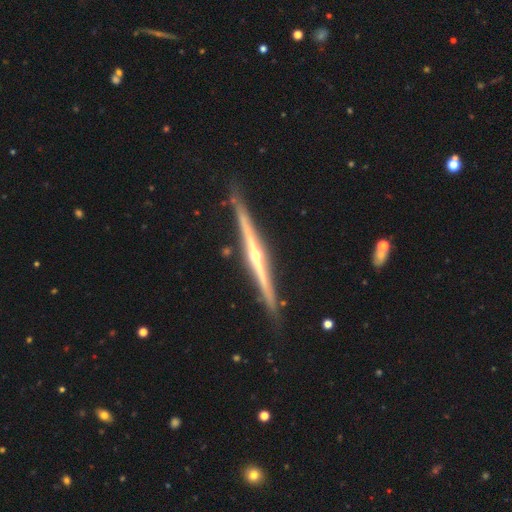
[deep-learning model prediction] This is clearly a featured or disk galaxy (88%). It is clearly viewed edge-on (98%). Edge-on bulge: clearly rounded (87%). Merging: clearly none (87%).